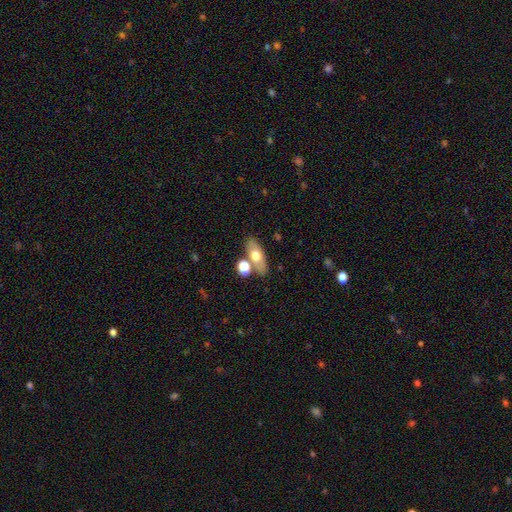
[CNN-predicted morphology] A smooth galaxy with no disk features (63%) that is in between round and cigar-shaped (78%).

Vote fractions:
- Smooth or featured? smooth: 63% / featured or disk: 29% / star or artifact: 8%
- How rounded? in between: 78% / cigar-shaped: 13% / round: 9%
- Merging? none: 70% / merger: 16% / minor disturbance: 11% / major disturbance: 4%